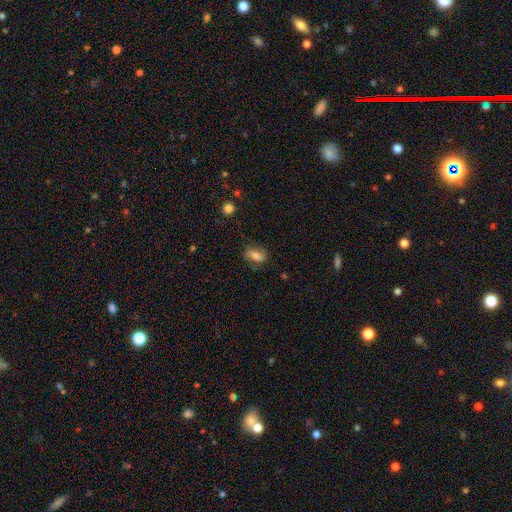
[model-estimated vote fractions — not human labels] Smooth or featured? Predicted: smooth (p=0.62). How rounded? Predicted: in between (p=0.81). Merging? Predicted: none (p=0.65).